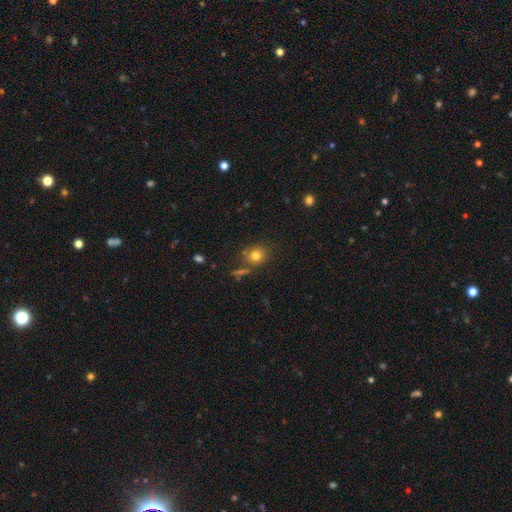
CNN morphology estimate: smooth_or_featured: smooth (p=0.78) [alt: star or artifact p=0.13]
how_rounded: round (p=0.75) [alt: in between p=0.24]
merging: none (p=0.73) [alt: minor disturbance p=0.13]